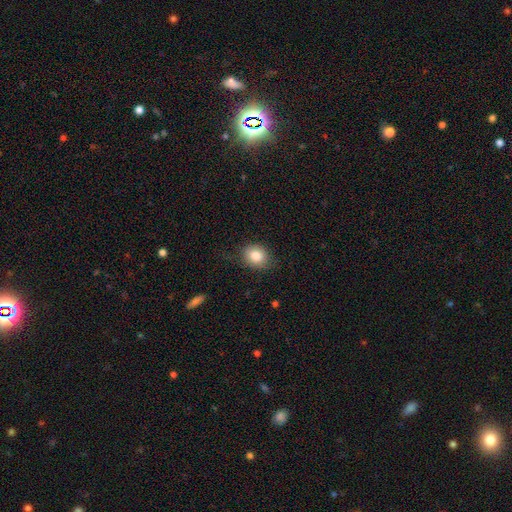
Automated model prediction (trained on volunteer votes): smooth-or-featured: smooth: 84% | star or artifact: 9% | featured or disk: 7%
  how-rounded: round: 60% | in between: 40% | cigar-shaped: 1%
  merging: none: 79% | minor disturbance: 16% | major disturbance: 4% | merger: 1%